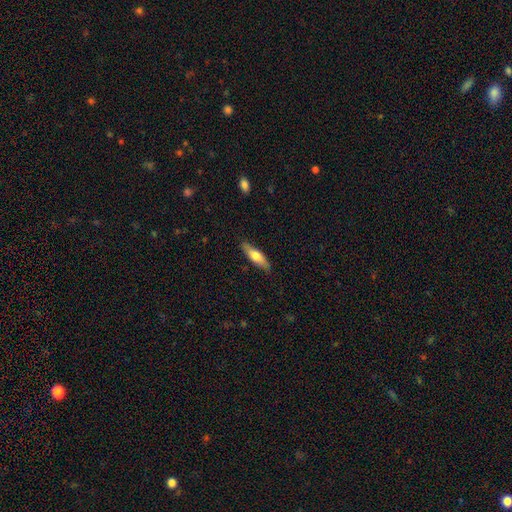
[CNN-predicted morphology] Q: Smooth or featured?
A: smooth (64%); runner-up: featured or disk (31%)
Q: How rounded?
A: cigar-shaped (60%); runner-up: in between (38%)
Q: Merging?
A: none (85%); runner-up: minor disturbance (12%)